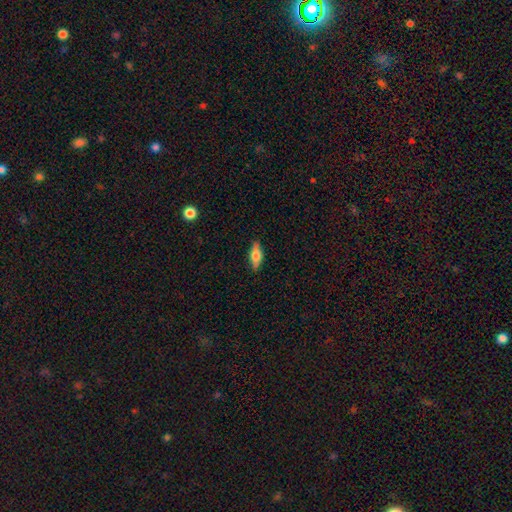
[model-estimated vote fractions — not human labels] A smooth galaxy with no disk features (54%) that is in between round and cigar-shaped (67%).

Vote fractions:
- Smooth or featured? smooth: 54% / featured or disk: 39% / star or artifact: 7%
- How rounded? in between: 67% / cigar-shaped: 29% / round: 4%
- Merging? none: 87% / minor disturbance: 10% / major disturbance: 2% / merger: 1%